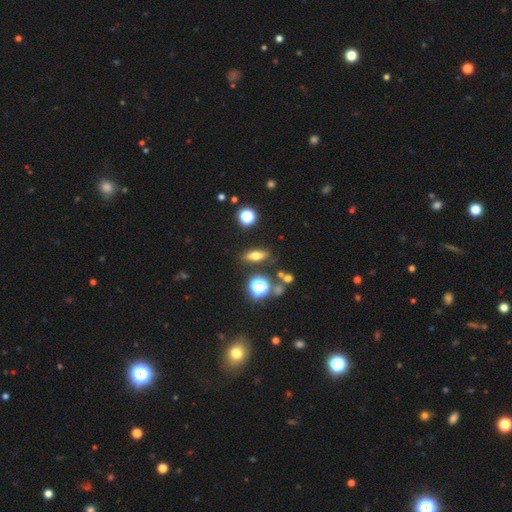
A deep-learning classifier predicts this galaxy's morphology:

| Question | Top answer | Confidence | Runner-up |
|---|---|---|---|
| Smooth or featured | smooth | 58% | featured or disk (26%) |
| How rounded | in between | 52% | cigar-shaped (35%) |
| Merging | none | 83% | minor disturbance (10%) |